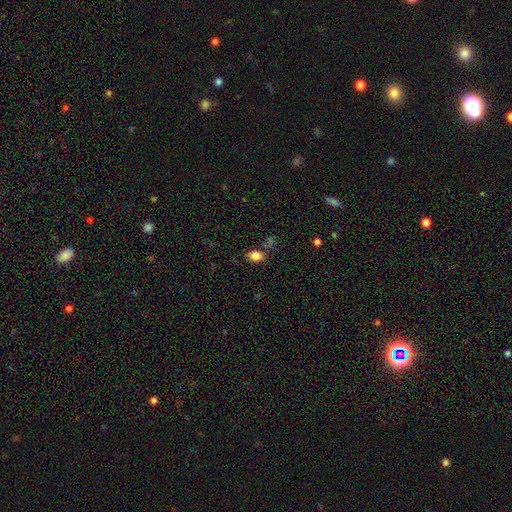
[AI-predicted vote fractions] Smooth or featured: smooth — 84% (star or artifact — 11%)
How rounded: in between — 79% (round — 20%)
Merging: none — 71% (minor disturbance — 15%)